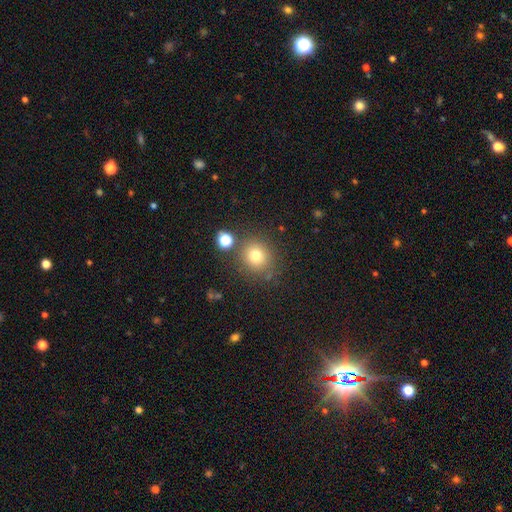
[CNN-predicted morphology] Smooth or featured? smooth (76%)
How rounded? round (87%)
Merging? none (79%)